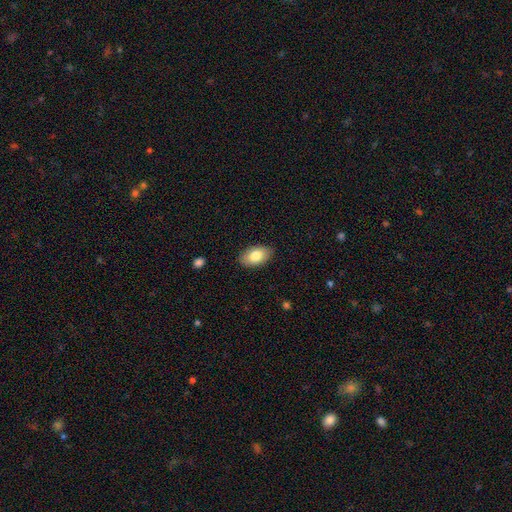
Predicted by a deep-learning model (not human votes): Morphology: type=smooth (80%); roundness=in between (93%); merging=none (87%).